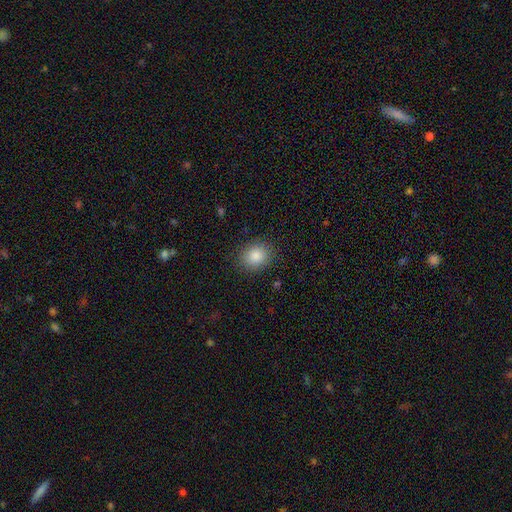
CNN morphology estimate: Smooth or featured: smooth — 85% (star or artifact — 10%)
How rounded: round — 64% (in between — 35%)
Merging: none — 88% (minor disturbance — 8%)